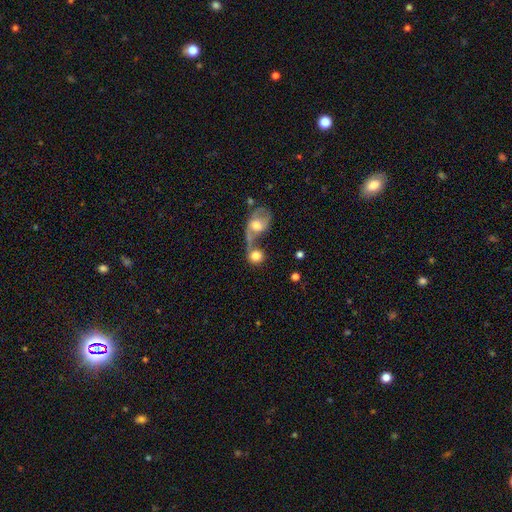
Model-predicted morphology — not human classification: Smooth or featured? smooth (75%)
How rounded? round (76%)
Merging? merger (55%)